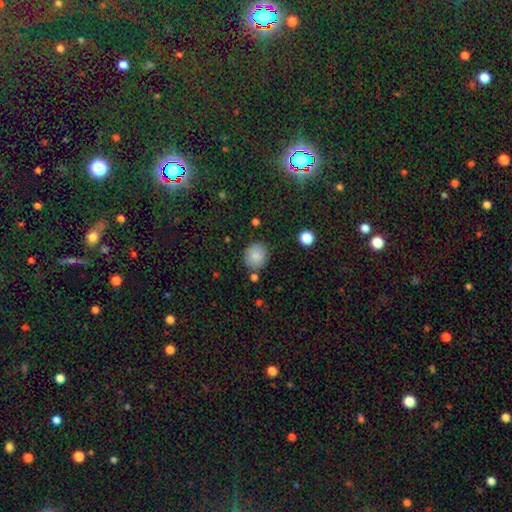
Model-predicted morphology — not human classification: Overall: smooth (82%). How rounded: round (79%). Merging: none (78%).